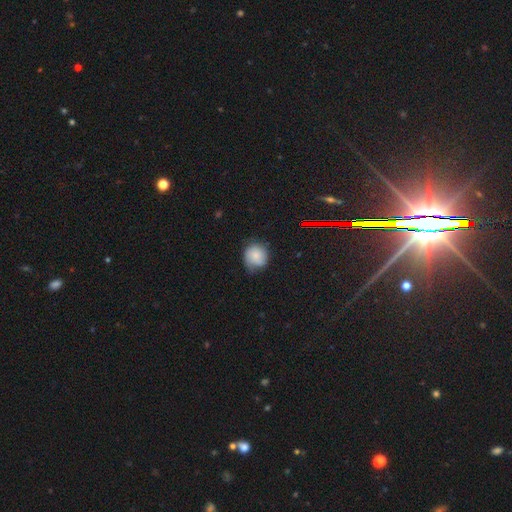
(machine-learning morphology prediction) This appears to be a smooth galaxy with no disk features (70%) that is round (82%). Merging: none (59%).